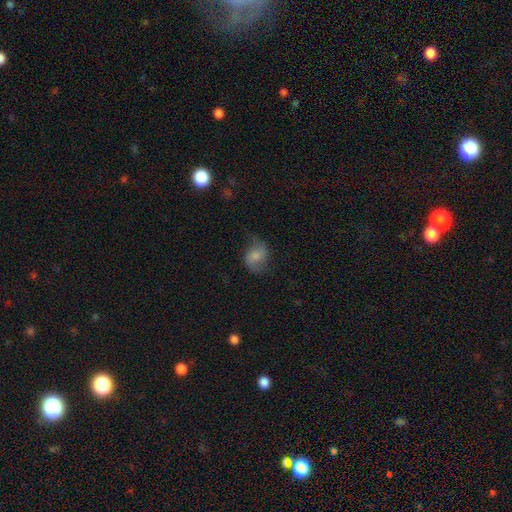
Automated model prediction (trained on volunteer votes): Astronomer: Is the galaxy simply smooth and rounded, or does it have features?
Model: smooth — 51% (runner-up: featured or disk, 40%).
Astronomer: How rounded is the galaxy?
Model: in between — 58% (runner-up: round, 40%).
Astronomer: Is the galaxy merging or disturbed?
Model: none — 62%.